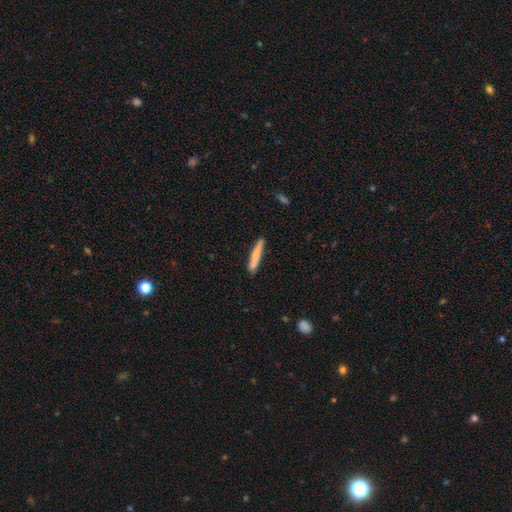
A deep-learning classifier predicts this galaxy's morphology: Smooth or featured: smooth — 72% (featured or disk — 22%)
How rounded: cigar-shaped — 94% (in between — 5%)
Merging: none — 84% (minor disturbance — 12%)